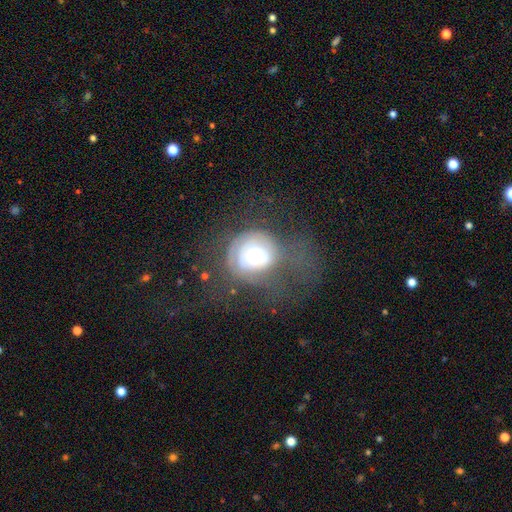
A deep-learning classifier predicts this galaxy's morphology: A smooth galaxy with no disk features (50%) that is round (79%). Merging: major disturbance (43%).